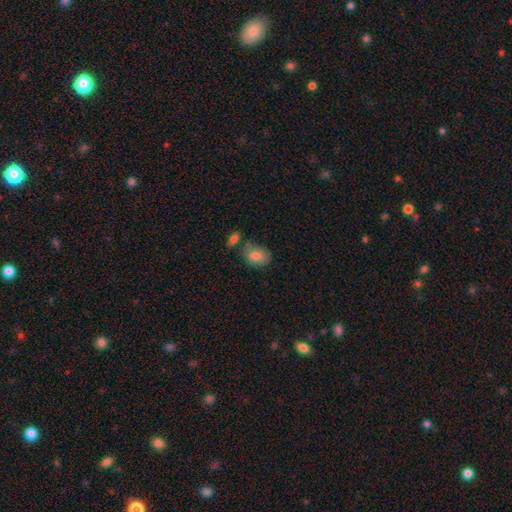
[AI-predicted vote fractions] smooth_or_featured: smooth (p=0.79) [alt: featured or disk p=0.13]
how_rounded: in between (p=0.71) [alt: round p=0.28]
merging: none (p=0.53) [alt: minor disturbance p=0.24]